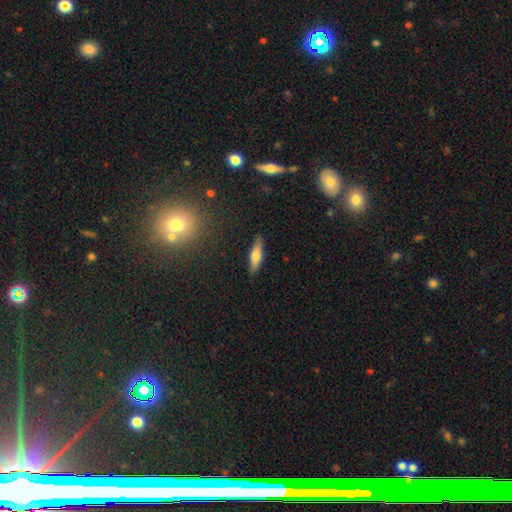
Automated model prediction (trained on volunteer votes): smooth 60%, featured or disk 33%, star or artifact 7%. Down the decision tree: how rounded — cigar-shaped (61%); merging — none (88%).